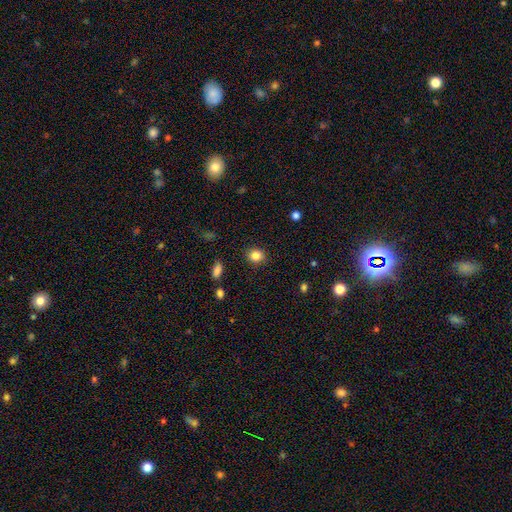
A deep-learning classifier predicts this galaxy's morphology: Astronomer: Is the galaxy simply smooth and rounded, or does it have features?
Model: smooth — 84%.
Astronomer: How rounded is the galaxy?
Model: round — 71%.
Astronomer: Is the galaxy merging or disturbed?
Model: none — 88%.